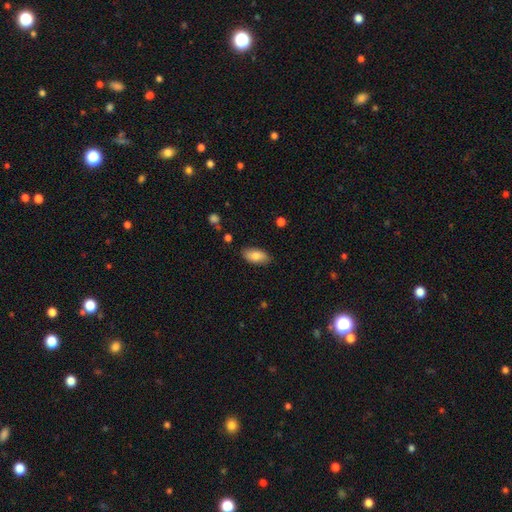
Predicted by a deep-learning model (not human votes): A smooth galaxy with no disk features (80%) that is in between round and cigar-shaped (91%). Merging: none (85%).